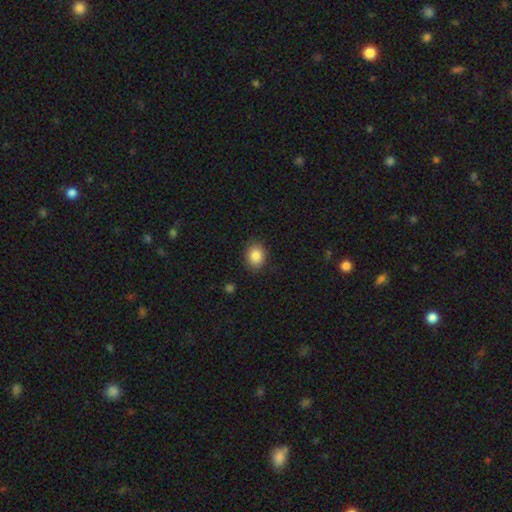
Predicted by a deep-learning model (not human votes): Smooth or featured? smooth (86%)
How rounded? round (51%)
Merging? none (87%)